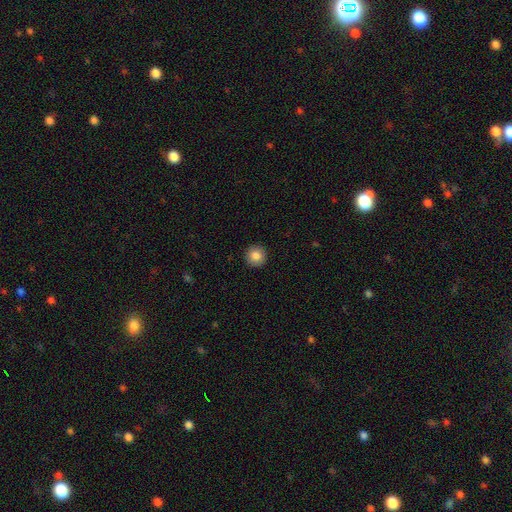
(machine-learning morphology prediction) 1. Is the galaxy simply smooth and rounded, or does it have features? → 85% smooth, 9% star or artifact, 7% featured or disk.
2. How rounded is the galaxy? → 95% round, 4% in between, 1% cigar-shaped.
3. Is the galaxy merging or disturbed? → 93% none, 5% minor disturbance, 1% major disturbance, 1% merger.